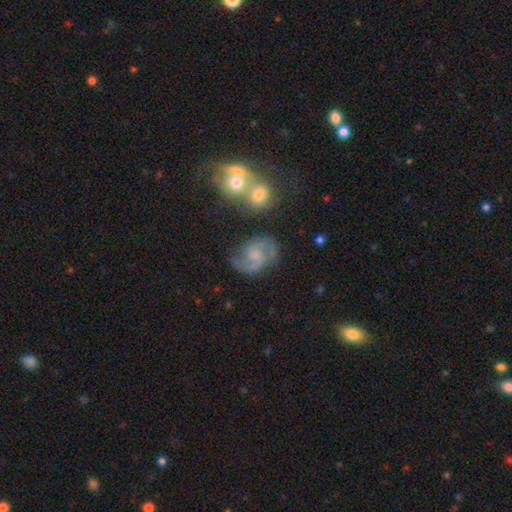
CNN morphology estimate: A featured or disk galaxy (81%) with no bar (56%), 2 (90%) medium (56%) spiral arms (96%) and a small central bulge (50%).

Vote fractions:
- Smooth or featured? featured or disk: 81% / smooth: 12% / star or artifact: 7%
- Edge-on disk? no: 98% / yes: 2%
- Bar? no: 56% / weak: 39% / strong: 6%
- Spiral arms? yes: 96% / no: 4%
- Spiral winding? medium: 56% / loose: 28% / tight: 17%
- Spiral arm count? 2: 90% / can't tell: 4% / 3: 2% / 1: 2% / 4: 1% / more than 4: 1%
- Bulge size? small: 50% / moderate: 29% / none: 17% / large: 3% / dominant: 1%
- Merging? none: 69% / minor disturbance: 17% / major disturbance: 8% / merger: 6%